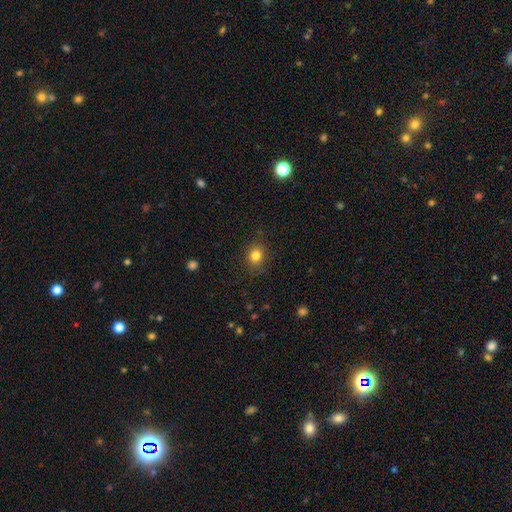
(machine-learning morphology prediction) The model was most divided on "how rounded": round: 73%, in between: 26%, cigar-shaped: 1%. More confident: merging — none (86%); smooth or featured — smooth (82%).